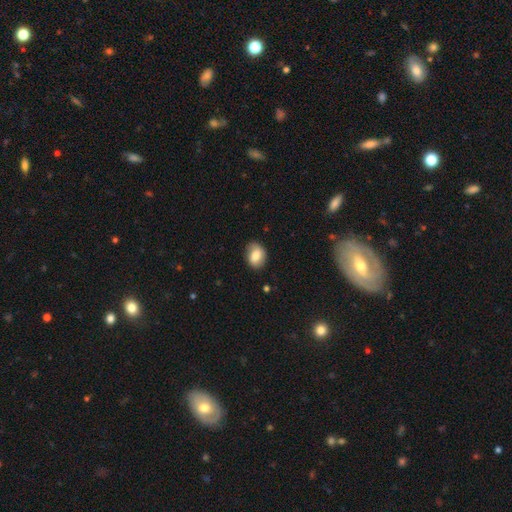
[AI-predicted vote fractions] The model was most divided on "how rounded": in between: 65%, round: 34%, cigar-shaped: 1%. More confident: merging — none (77%); smooth or featured — smooth (76%).